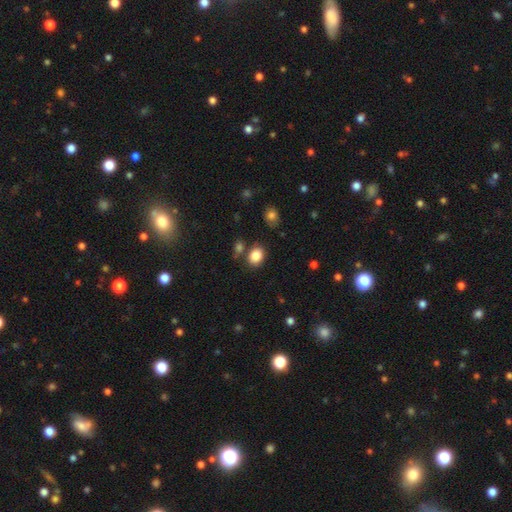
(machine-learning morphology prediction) A smooth galaxy with no disk features (85%) that is in between round and cigar-shaped (55%). Merging: none (76%).